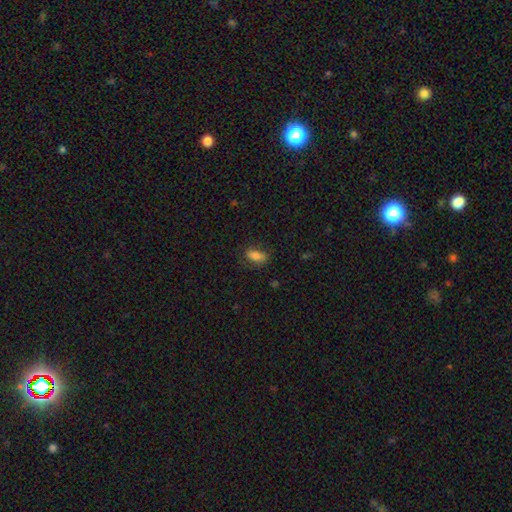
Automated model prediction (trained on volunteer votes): smooth-or-featured: smooth: 81% | featured or disk: 10% | star or artifact: 9%
  how-rounded: in between: 86% | cigar-shaped: 7% | round: 6%
  merging: none: 77% | minor disturbance: 17% | major disturbance: 5% | merger: 1%